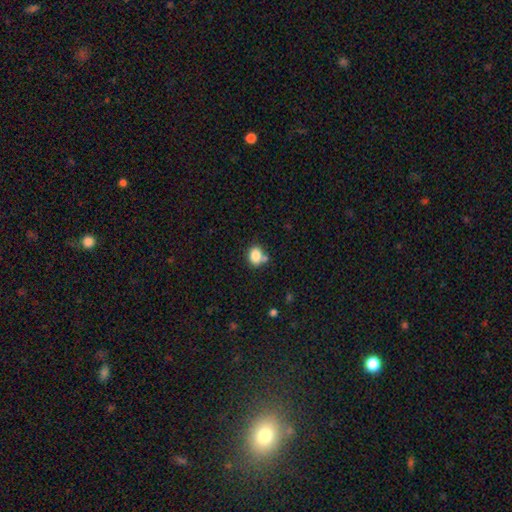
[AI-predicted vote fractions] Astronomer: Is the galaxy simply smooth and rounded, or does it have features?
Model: smooth — 83%.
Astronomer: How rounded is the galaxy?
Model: in between — 52% (runner-up: round, 47%).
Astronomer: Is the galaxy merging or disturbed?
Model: none — 62%.